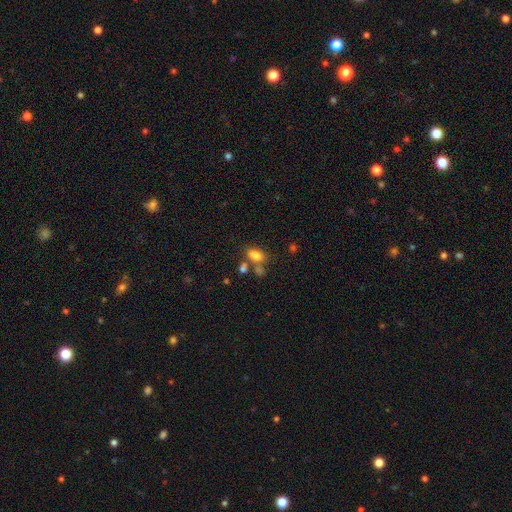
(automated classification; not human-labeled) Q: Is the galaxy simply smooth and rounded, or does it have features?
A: smooth — 76%.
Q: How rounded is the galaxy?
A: in between — 85%.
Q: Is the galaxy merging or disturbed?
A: none — 50%.